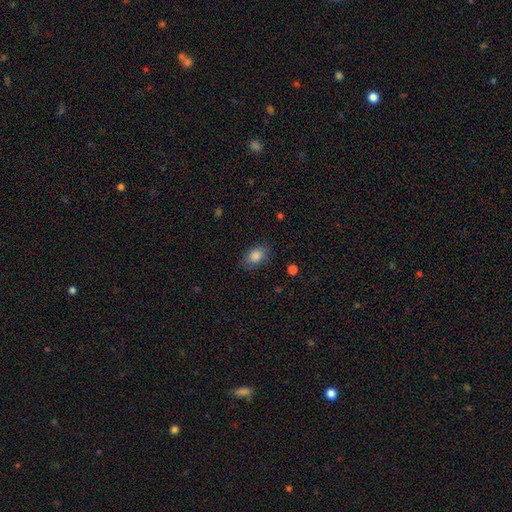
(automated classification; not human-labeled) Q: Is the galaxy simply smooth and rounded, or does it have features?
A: smooth — 85%.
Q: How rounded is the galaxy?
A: in between — 85%.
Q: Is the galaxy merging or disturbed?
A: none — 78%.